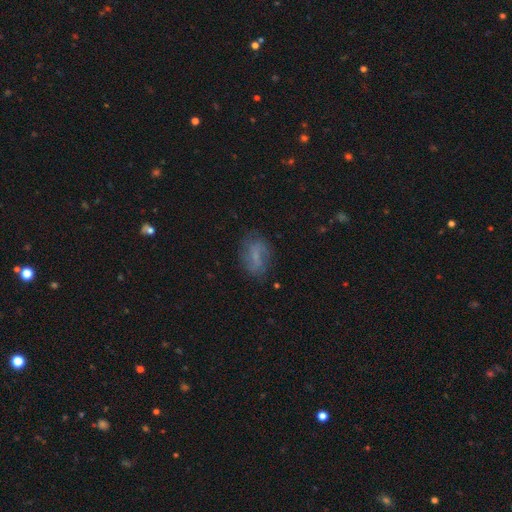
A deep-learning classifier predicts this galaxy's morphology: Smooth or featured? featured or disk (46%)
Merging? none (71%)